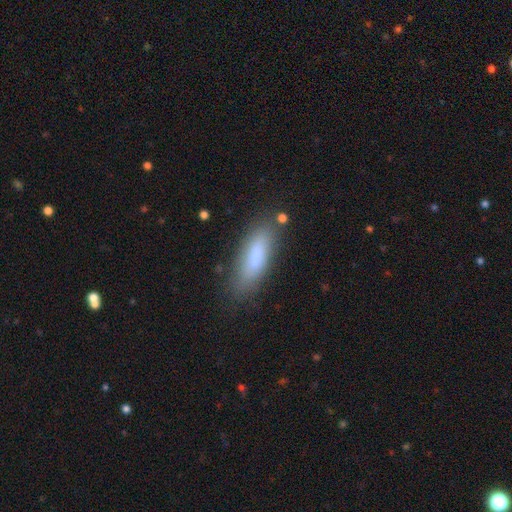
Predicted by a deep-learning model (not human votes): Smooth or featured: smooth — 81% (featured or disk — 12%)
How rounded: in between — 51% (cigar-shaped — 47%)
Merging: none — 80% (minor disturbance — 13%)